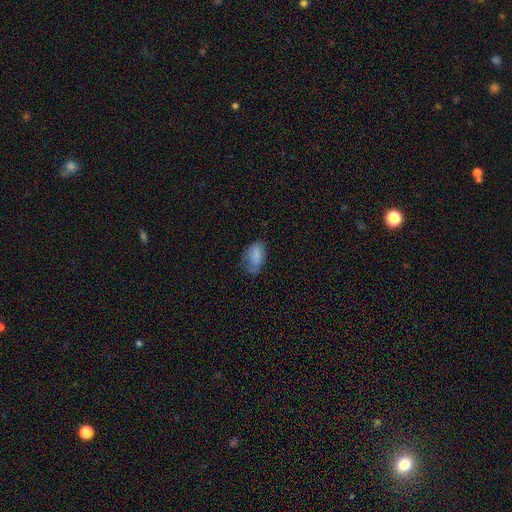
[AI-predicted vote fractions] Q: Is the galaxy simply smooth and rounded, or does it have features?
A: smooth — 79%.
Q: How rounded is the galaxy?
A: in between — 93%.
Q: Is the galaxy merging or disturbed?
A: none — 42%.